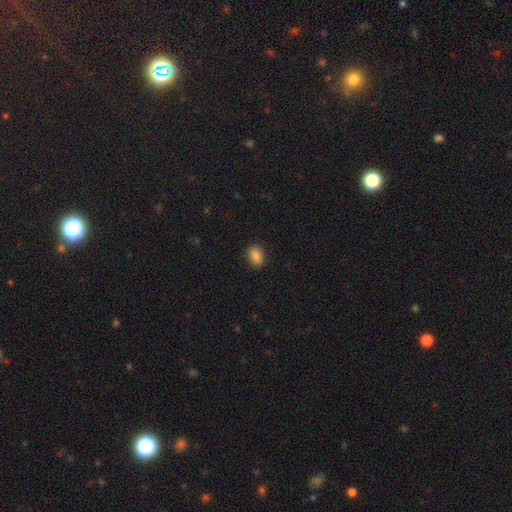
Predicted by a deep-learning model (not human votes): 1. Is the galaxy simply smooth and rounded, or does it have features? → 85% smooth, 9% star or artifact, 6% featured or disk.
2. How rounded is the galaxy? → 71% in between, 28% round, 1% cigar-shaped.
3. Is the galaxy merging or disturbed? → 89% none, 8% minor disturbance, 2% major disturbance, 1% merger.